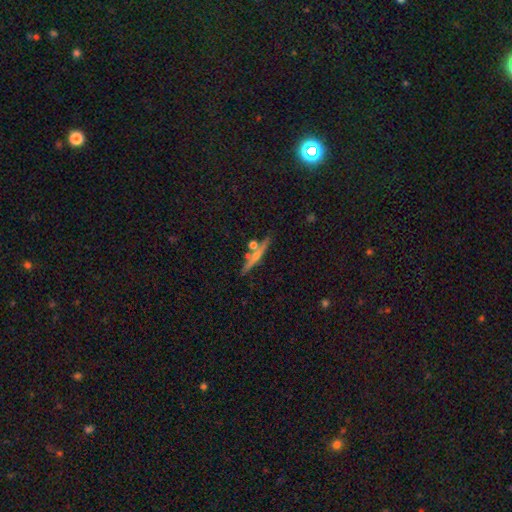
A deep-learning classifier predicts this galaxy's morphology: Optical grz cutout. It shows a featured or disk galaxy (56%) viewed edge-on (94%) with a rounded central bulge (71%). Merging: none (76%).